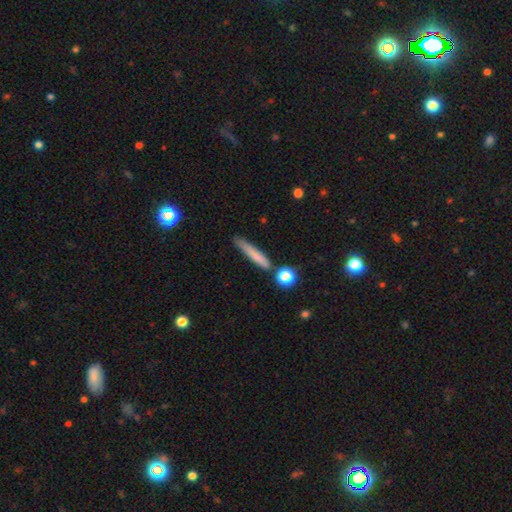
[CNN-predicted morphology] This is likely a smooth galaxy (73%). How rounded: clearly cigar-shaped (92%). Merging: likely none (75%).